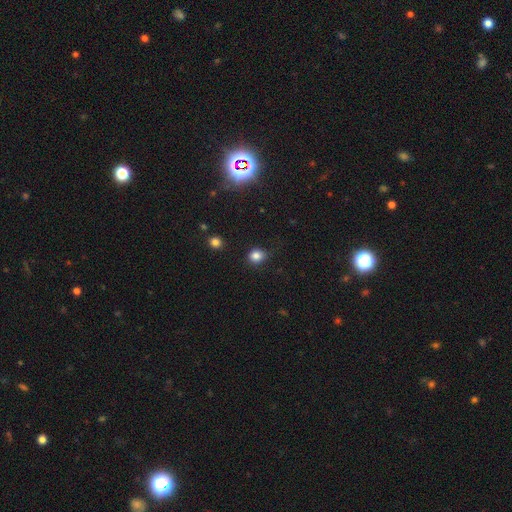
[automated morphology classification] smooth-or-featured: smooth: 82% | star or artifact: 13% | featured or disk: 5%
  how-rounded: round: 72% | in between: 27% | cigar-shaped: 1%
  merging: none: 78% | minor disturbance: 16% | major disturbance: 4% | merger: 2%